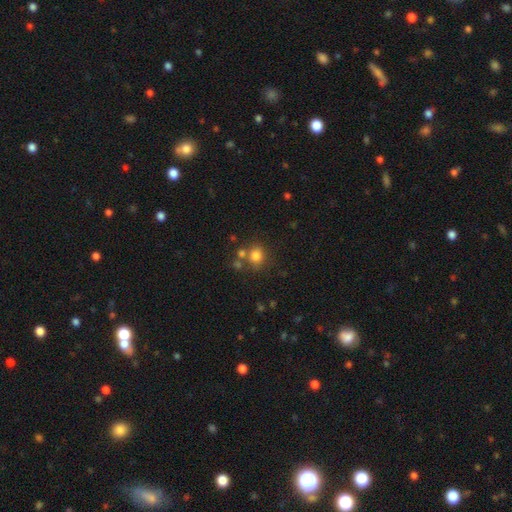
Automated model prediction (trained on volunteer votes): The model was most divided on "merging": none: 66%, merger: 18%, minor disturbance: 11%, major disturbance: 5%. More confident: smooth or featured — smooth (78%); how rounded — round (75%).